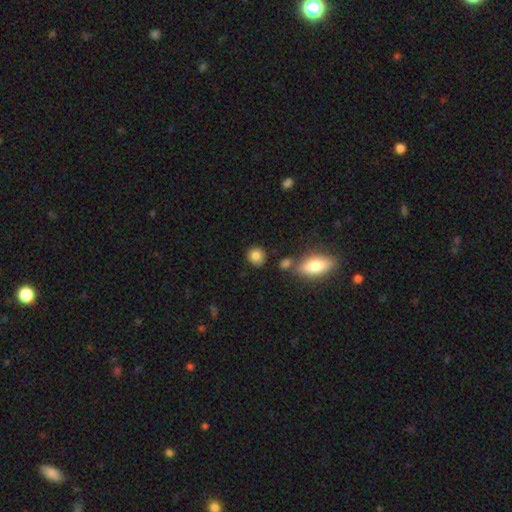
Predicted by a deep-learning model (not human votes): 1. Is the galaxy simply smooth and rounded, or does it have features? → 83% smooth, 9% star or artifact, 8% featured or disk.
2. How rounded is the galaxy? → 78% round, 20% in between, 2% cigar-shaped.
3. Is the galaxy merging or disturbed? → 77% none, 13% minor disturbance, 7% merger, 4% major disturbance.